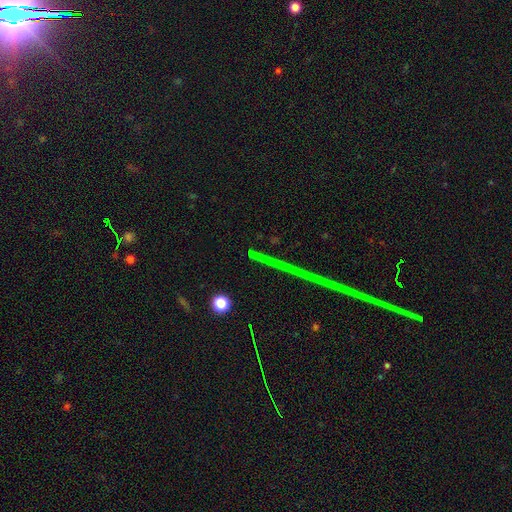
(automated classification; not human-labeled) Smooth or featured? star or artifact (71%)